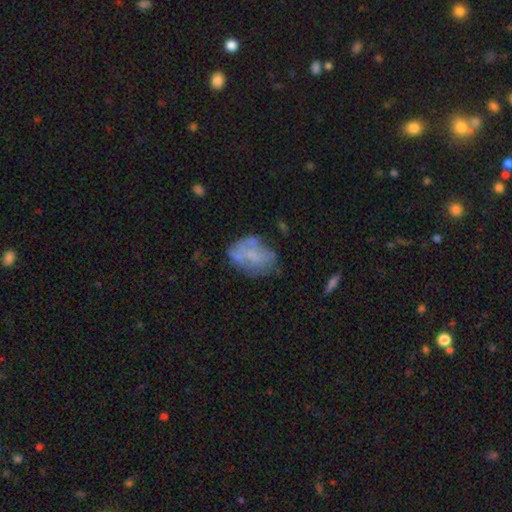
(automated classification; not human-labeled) Smooth or featured?
  - featured or disk: 46% *
  - smooth: 45%
  - star or artifact: 9%
Merging?
  - none: 46% *
  - minor disturbance: 27%
  - major disturbance: 18%
  - merger: 9%